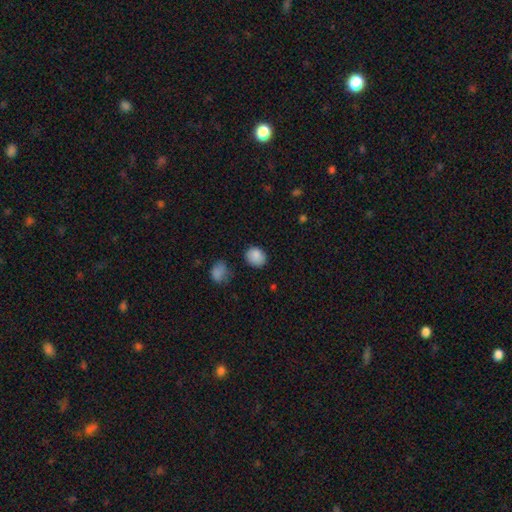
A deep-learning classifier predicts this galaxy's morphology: This appears to be a smooth galaxy with no disk features (87%) that is round (59%). Merging: none (78%).